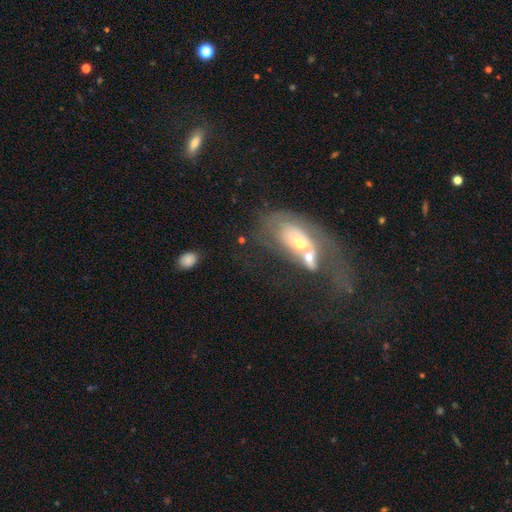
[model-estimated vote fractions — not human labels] Morphology: type=featured or disk (57%); edge-on=no (89%); bar=no (79%); spiral arms=no (61%); bulge=moderate (57%); merging=merger (49%).